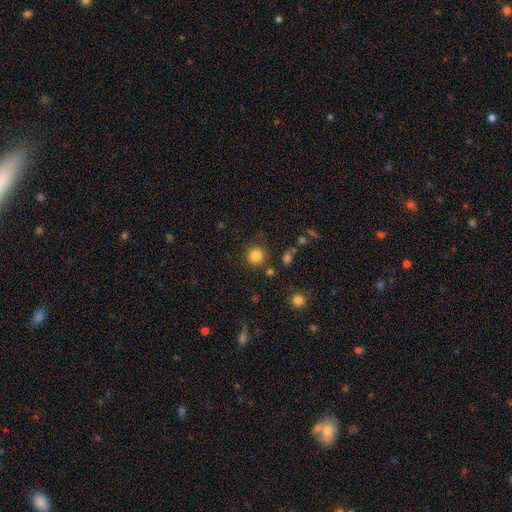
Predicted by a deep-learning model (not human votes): smooth-or-featured: smooth: 84% | star or artifact: 12% | featured or disk: 5%
  how-rounded: round: 93% | in between: 6% | cigar-shaped: 1%
  merging: none: 83% | minor disturbance: 9% | merger: 4% | major disturbance: 4%